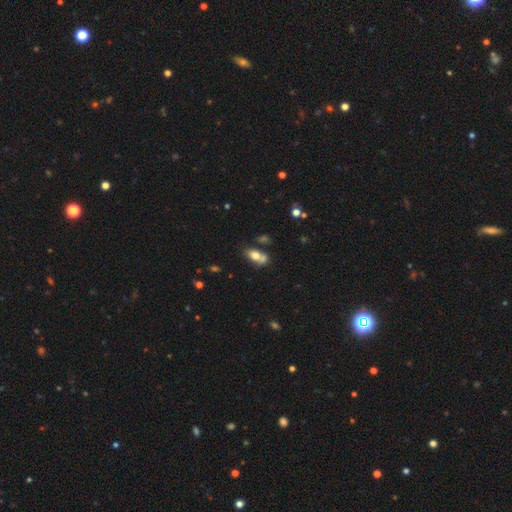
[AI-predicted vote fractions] Overall: smooth (74%). How rounded: in between (84%). Merging: merger (42%; none 38%).